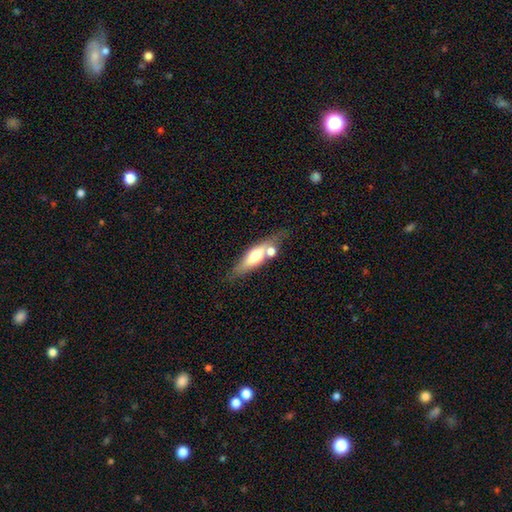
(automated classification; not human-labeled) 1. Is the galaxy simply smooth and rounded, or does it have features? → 49% smooth, 44% featured or disk, 7% star or artifact.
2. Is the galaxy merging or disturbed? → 53% none, 27% merger, 15% minor disturbance, 5% major disturbance.